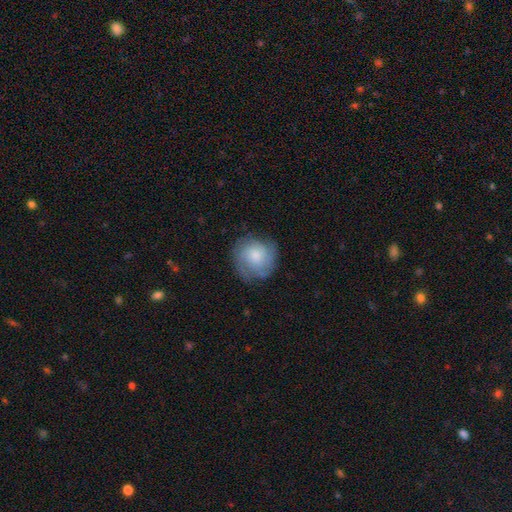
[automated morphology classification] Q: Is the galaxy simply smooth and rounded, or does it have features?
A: featured or disk — 49%.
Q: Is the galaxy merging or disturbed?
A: none — 74%.